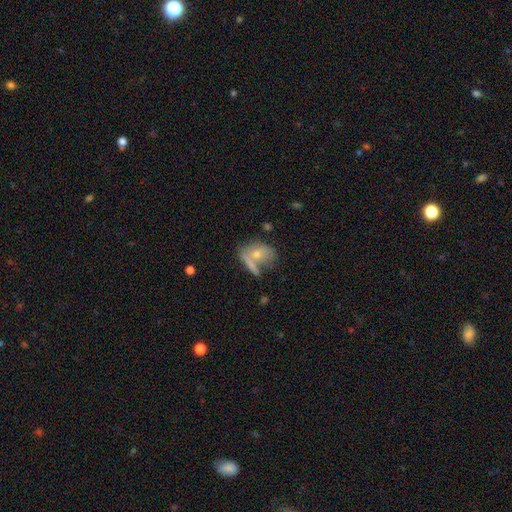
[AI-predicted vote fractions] Overall: smooth (62%; featured or disk 30%). How rounded: in between (61%; round 32%). Merging: none (44%; merger 29%).